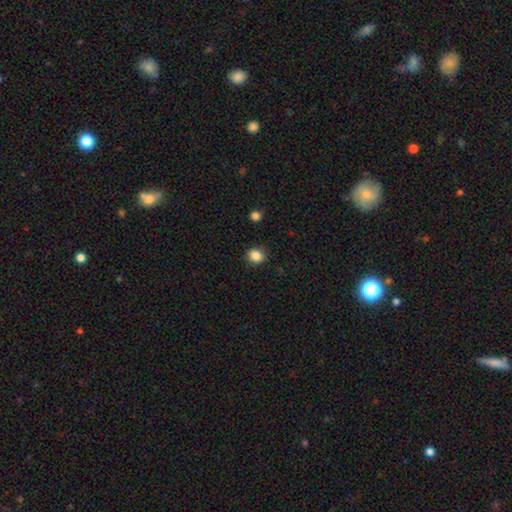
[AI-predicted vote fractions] Morphology: type=smooth (86%); roundness=round (73%); merging=none (88%).